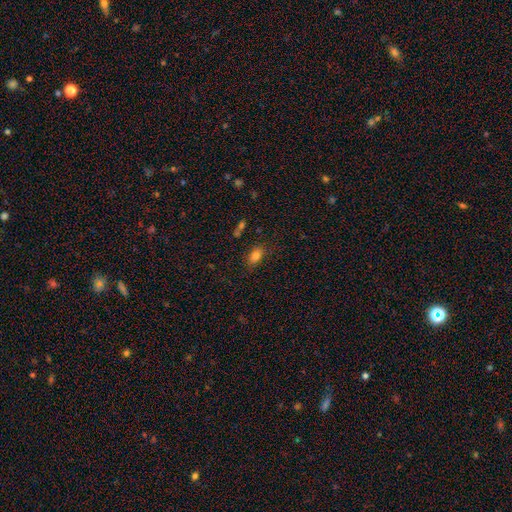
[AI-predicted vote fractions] Smooth or featured? smooth (80%)
How rounded? in between (84%)
Merging? none (79%)